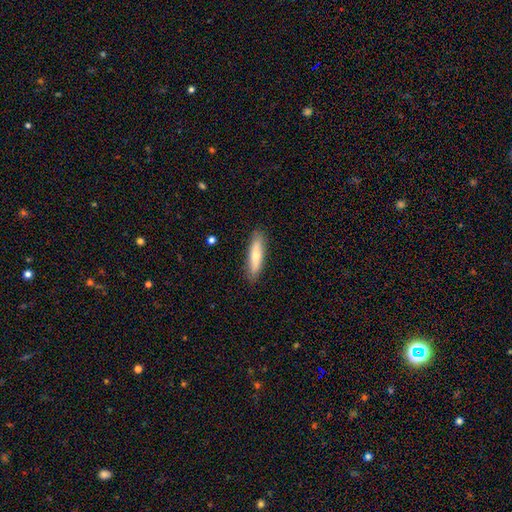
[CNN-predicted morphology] Smooth or featured? Predicted: smooth (p=0.69). How rounded? Predicted: cigar-shaped (p=0.74). Merging? Predicted: none (p=0.87).